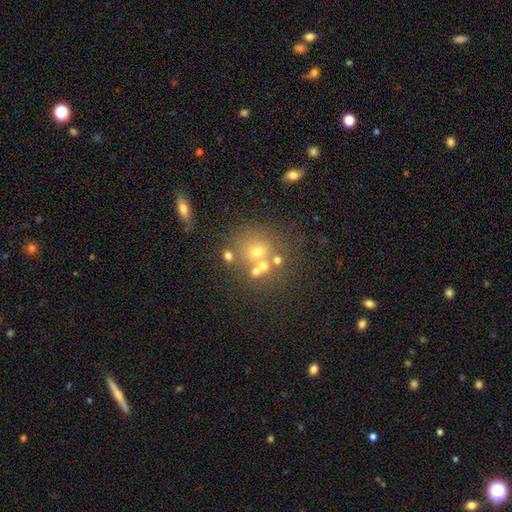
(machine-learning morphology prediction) Smooth or featured? smooth (48%)
Merging? none (52%)